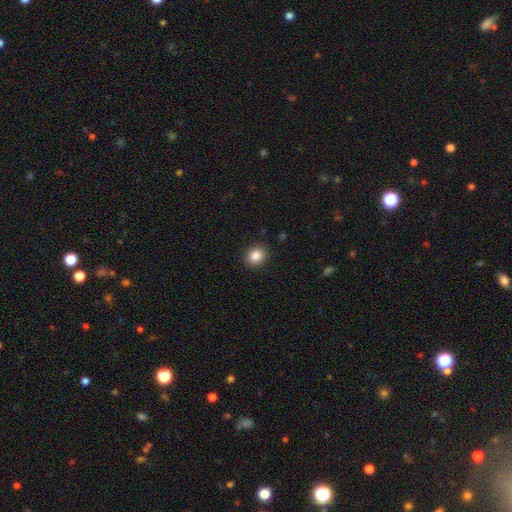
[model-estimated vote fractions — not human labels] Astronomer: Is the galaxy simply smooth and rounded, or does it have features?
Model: smooth — 85%.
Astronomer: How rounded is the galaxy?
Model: round — 70%.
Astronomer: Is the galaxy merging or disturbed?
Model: none — 90%.